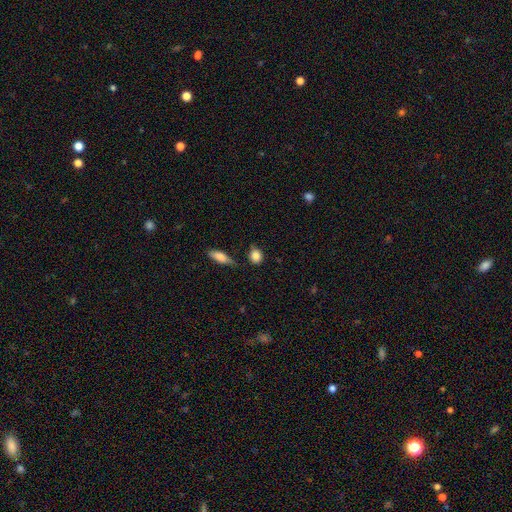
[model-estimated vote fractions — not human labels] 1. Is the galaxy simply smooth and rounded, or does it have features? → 85% smooth, 9% star or artifact, 6% featured or disk.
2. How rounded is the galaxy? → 70% round, 27% in between, 3% cigar-shaped.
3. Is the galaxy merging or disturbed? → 67% none, 23% minor disturbance, 5% major disturbance, 5% merger.